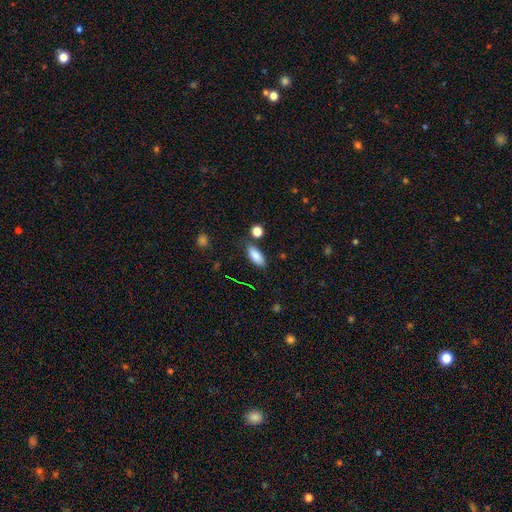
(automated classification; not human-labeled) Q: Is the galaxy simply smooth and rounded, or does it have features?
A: smooth — 85%.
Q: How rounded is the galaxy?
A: in between — 83%.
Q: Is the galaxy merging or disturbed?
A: none — 77%.